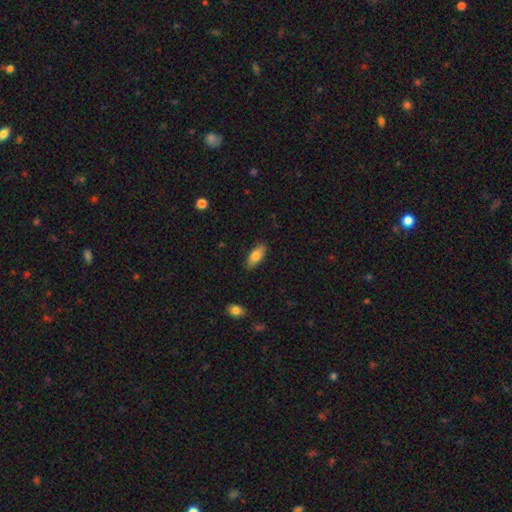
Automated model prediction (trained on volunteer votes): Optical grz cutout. It shows a smooth galaxy with no disk features (79%) that is in between round and cigar-shaped (85%). Merging: none (86%).